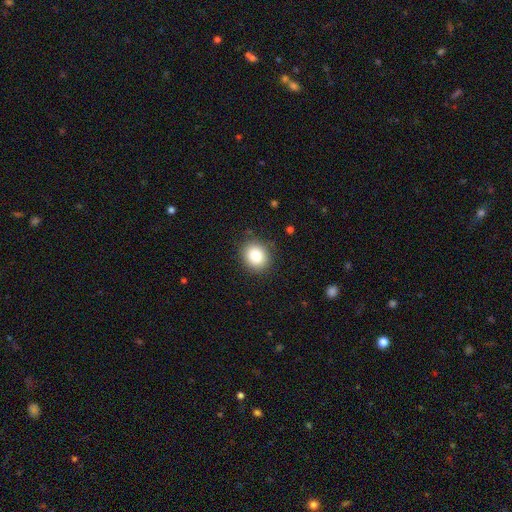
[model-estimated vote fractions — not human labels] smooth_or_featured: smooth (p=0.84) [alt: star or artifact p=0.10]
how_rounded: round (p=0.64) [alt: in between p=0.35]
merging: none (p=0.87) [alt: minor disturbance p=0.09]